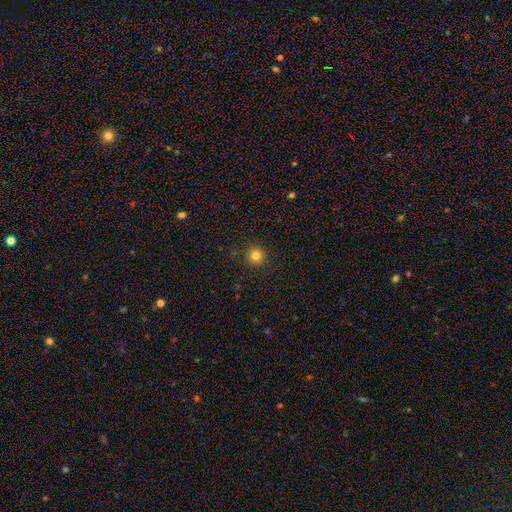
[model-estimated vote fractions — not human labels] Overall: smooth (81%). How rounded: round (95%). Merging: none (91%).